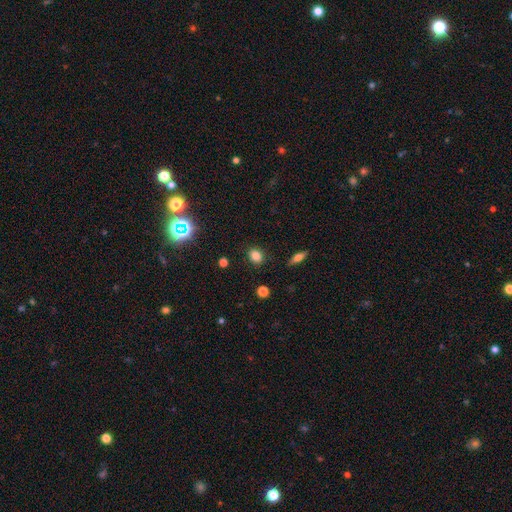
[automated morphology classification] This appears to be a smooth galaxy with no disk features (82%) that is in between round and cigar-shaped (53%). Merging: none (86%).